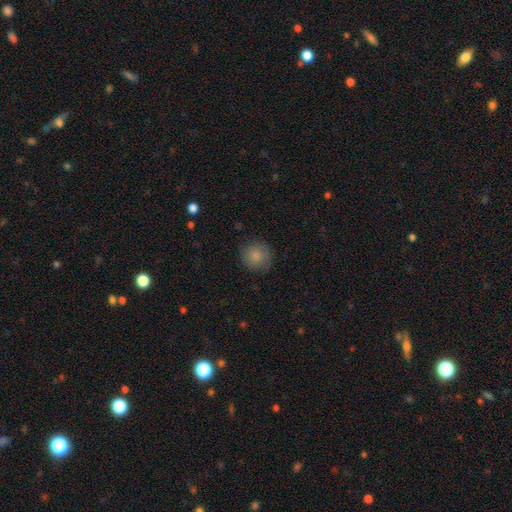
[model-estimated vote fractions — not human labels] Overall: smooth (85%). How rounded: round (91%). Merging: none (84%).